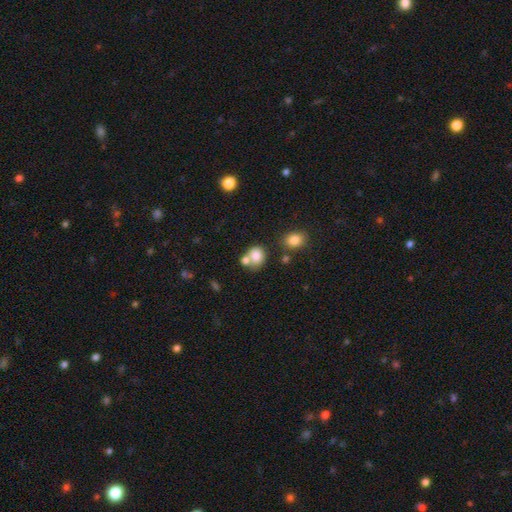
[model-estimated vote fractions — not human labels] Morphology: type=smooth (80%); roundness=round (64%); merging=none (44%).